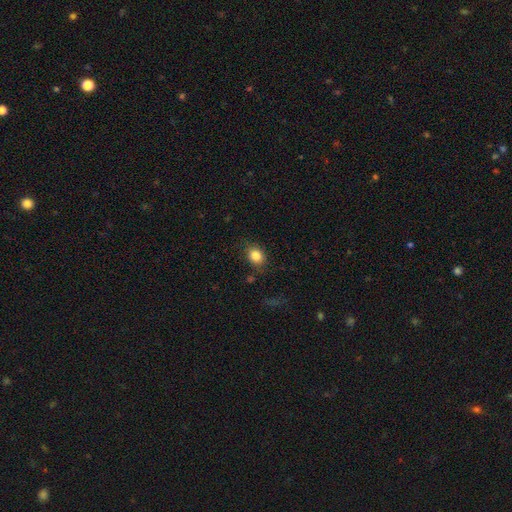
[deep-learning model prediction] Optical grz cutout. It shows a smooth galaxy with no disk features (83%) that is in between round and cigar-shaped (54%). Merging: none (81%).